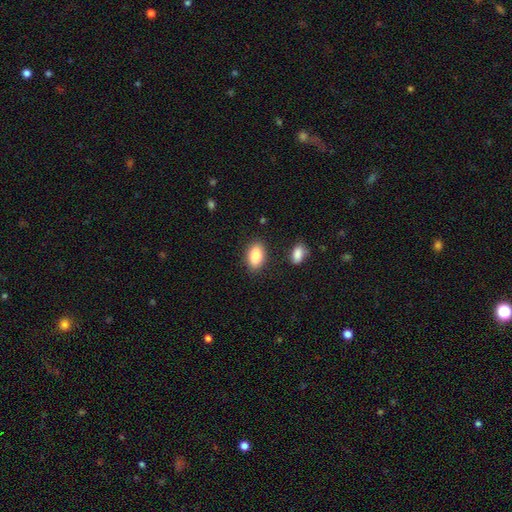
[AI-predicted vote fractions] This appears to be a smooth galaxy with no disk features (85%) that is in between round and cigar-shaped (90%). Merging: none (85%).